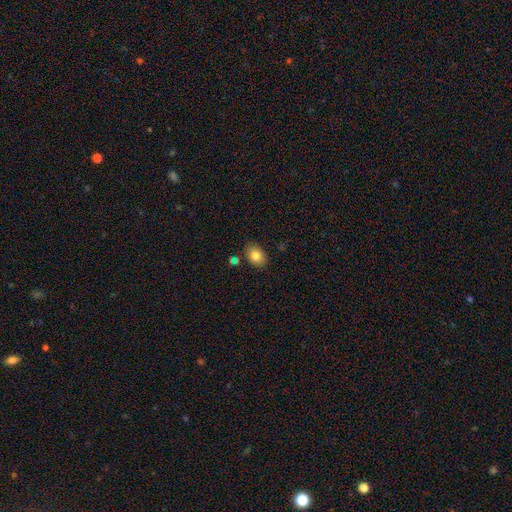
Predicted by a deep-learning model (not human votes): smooth-or-featured: smooth: 82% | featured or disk: 9% | star or artifact: 9%
  how-rounded: in between: 72% | round: 27% | cigar-shaped: 1%
  merging: none: 82% | minor disturbance: 11% | merger: 5% | major disturbance: 2%